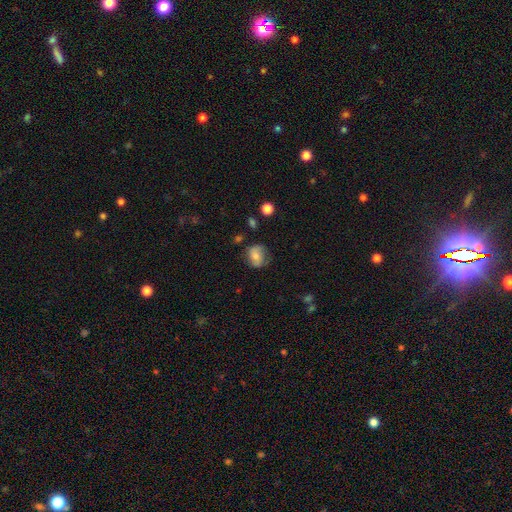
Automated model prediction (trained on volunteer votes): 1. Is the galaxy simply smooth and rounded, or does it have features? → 69% smooth, 22% featured or disk, 9% star or artifact.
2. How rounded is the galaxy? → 55% round, 44% in between, 1% cigar-shaped.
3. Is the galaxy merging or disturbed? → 62% none, 26% minor disturbance, 10% major disturbance, 2% merger.